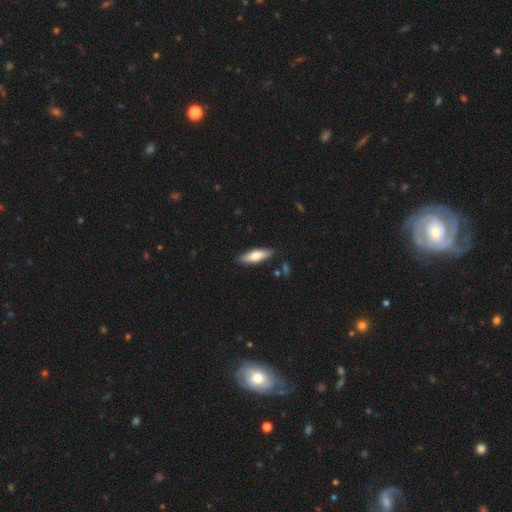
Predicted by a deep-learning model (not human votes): smooth 68%, featured or disk 27%, star or artifact 5%. Down the decision tree: how rounded — cigar-shaped (52%); merging — none (87%).